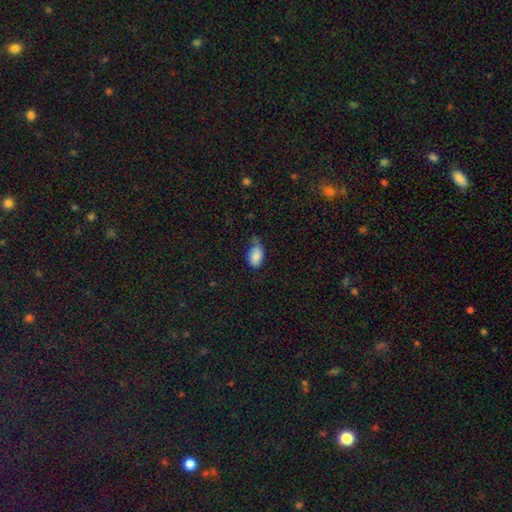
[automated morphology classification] smooth_or_featured: smooth (p=0.84) [alt: star or artifact p=0.08]
how_rounded: in between (p=0.92) [alt: round p=0.07]
merging: none (p=0.43) [alt: minor disturbance p=0.41]